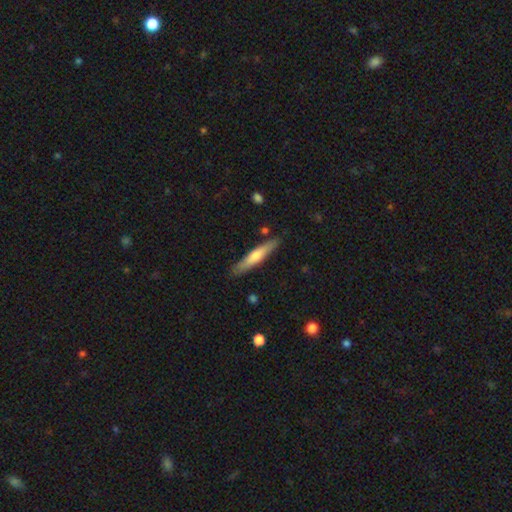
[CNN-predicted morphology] This is possibly a smooth galaxy (55%). How rounded: clearly cigar-shaped (91%). Merging: clearly none (88%).